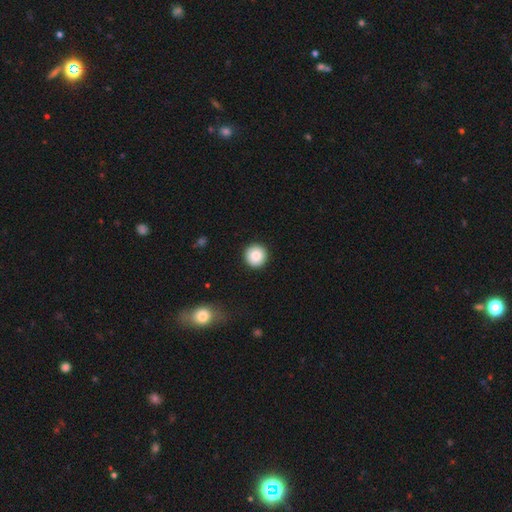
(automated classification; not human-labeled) Smooth or featured: smooth — 87% (star or artifact — 8%)
How rounded: round — 96% (in between — 4%)
Merging: none — 92% (minor disturbance — 5%)